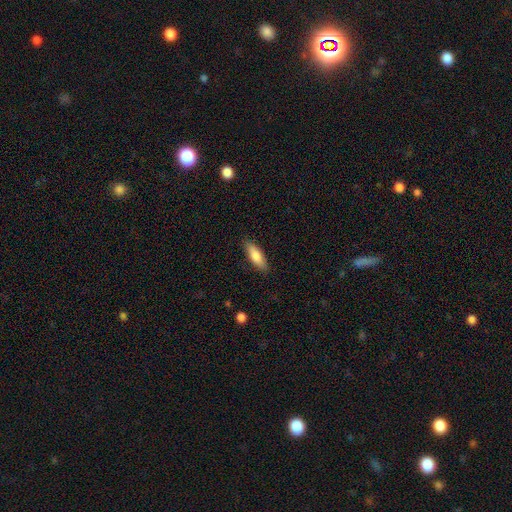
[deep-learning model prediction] smooth 80%, featured or disk 14%, star or artifact 6%. Down the decision tree: how rounded — in between (56%); merging — none (87%).